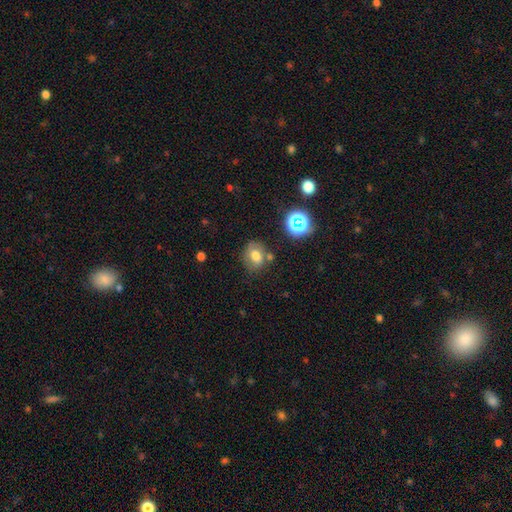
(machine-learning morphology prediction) Smooth or featured: smooth — 65% (featured or disk — 20%)
How rounded: round — 54% (in between — 45%)
Merging: none — 63% (minor disturbance — 20%)